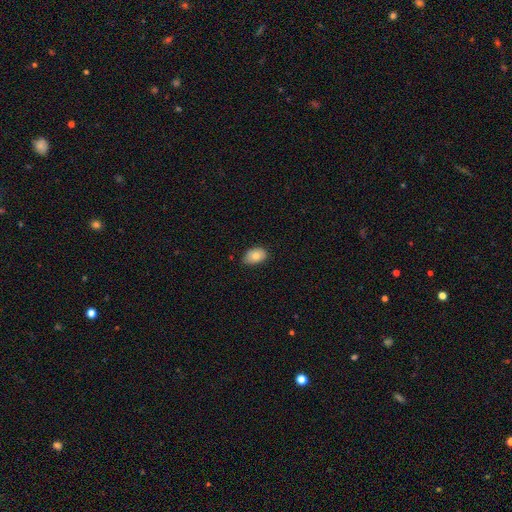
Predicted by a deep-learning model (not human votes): Smooth or featured: smooth — 80% (featured or disk — 13%)
How rounded: in between — 89% (round — 10%)
Merging: none — 78% (minor disturbance — 19%)